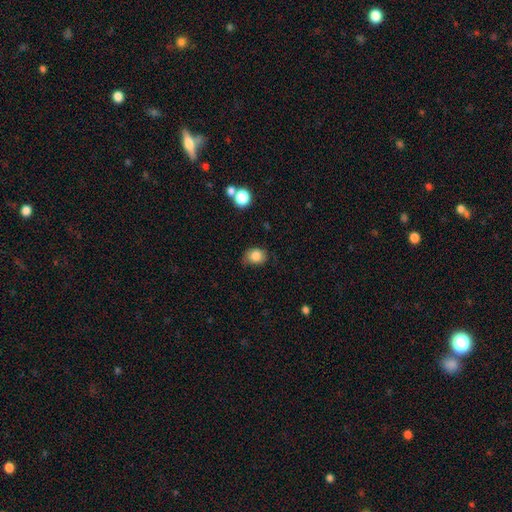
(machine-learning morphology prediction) This is clearly a smooth galaxy (83%). How rounded: possibly in between (54%). Merging: likely none (65%).